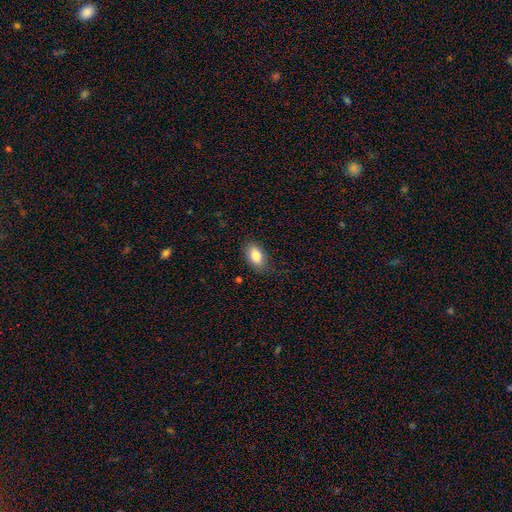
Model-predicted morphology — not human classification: A smooth galaxy with no disk features (84%) that is in between round and cigar-shaped (89%).

Vote fractions:
- Smooth or featured? smooth: 84% / featured or disk: 9% / star or artifact: 8%
- How rounded? in between: 89% / round: 9% / cigar-shaped: 2%
- Merging? none: 82% / minor disturbance: 13% / major disturbance: 3% / merger: 1%